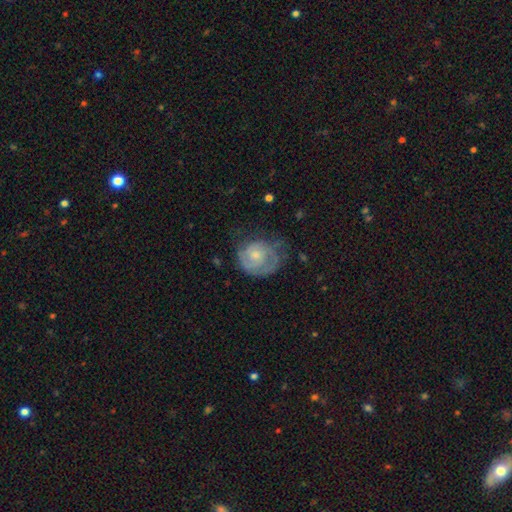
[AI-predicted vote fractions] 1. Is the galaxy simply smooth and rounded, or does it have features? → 64% featured or disk, 29% smooth, 6% star or artifact.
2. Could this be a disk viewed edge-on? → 98% no, 2% yes.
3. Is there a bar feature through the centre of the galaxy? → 75% no, 22% weak, 3% strong.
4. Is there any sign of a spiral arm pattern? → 84% yes, 16% no.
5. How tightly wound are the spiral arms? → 57% tight, 31% medium, 12% loose.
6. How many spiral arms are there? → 39% 2, 30% can't tell, 17% 1, 9% 3, 3% 4, 2% more than 4.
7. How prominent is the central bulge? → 55% small, 36% moderate, 5% none, 3% large, 1% dominant.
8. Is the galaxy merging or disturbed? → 51% none, 28% minor disturbance, 20% major disturbance, 2% merger.